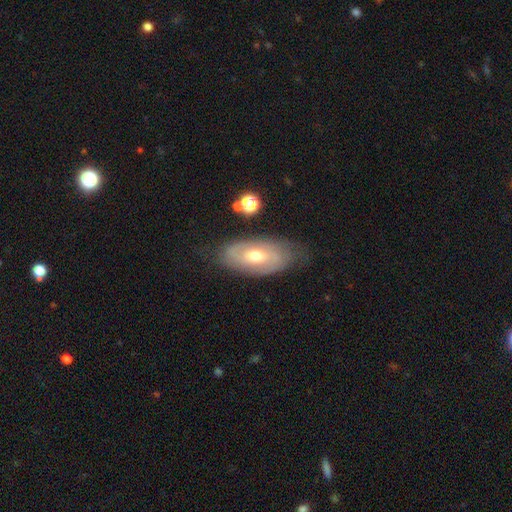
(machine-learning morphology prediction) Smooth or featured: featured or disk — 62% (smooth — 31%)
Edge-on disk: no — 89% (yes — 11%)
Bar: no — 61% (weak — 32%)
Spiral arms: yes — 71% (no — 29%)
Bulge size: moderate — 68% (small — 25%)
Merging: none — 69% (minor disturbance — 22%)